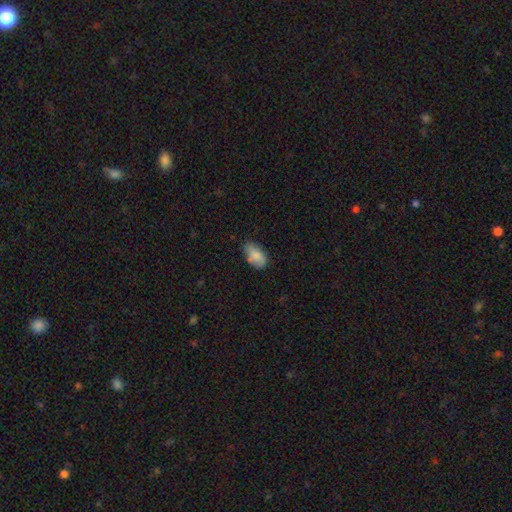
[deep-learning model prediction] This is clearly a smooth galaxy (80%). How rounded: clearly in between (92%). Merging: possibly none (58%).